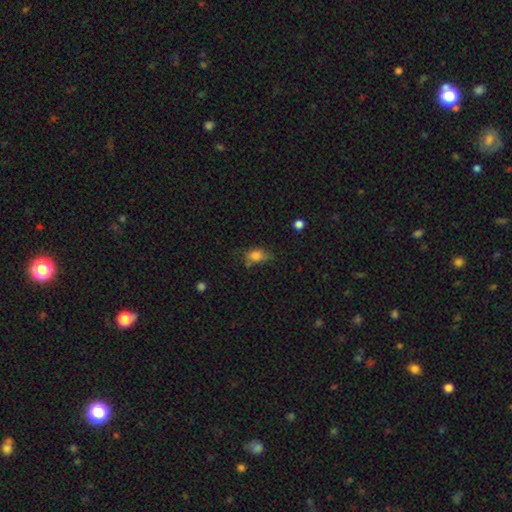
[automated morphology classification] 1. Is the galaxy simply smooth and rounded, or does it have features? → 80% smooth, 11% star or artifact, 9% featured or disk.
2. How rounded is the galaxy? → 78% in between, 20% round, 2% cigar-shaped.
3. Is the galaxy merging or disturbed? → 52% none, 30% minor disturbance, 12% major disturbance, 5% merger.